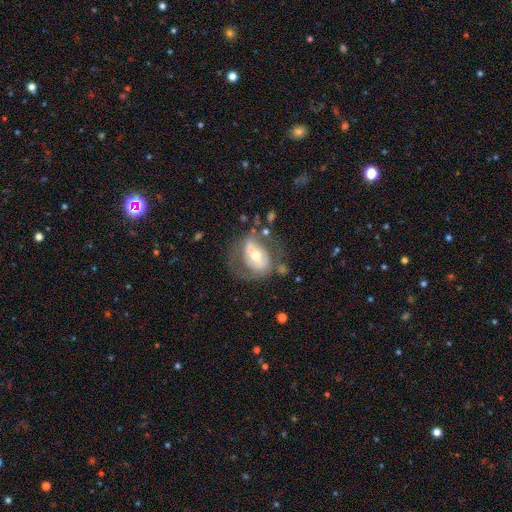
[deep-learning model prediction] Q: Smooth or featured?
A: featured or disk (65%); runner-up: smooth (28%)
Q: Edge-on disk?
A: no (94%); runner-up: yes (6%)
Q: Bar?
A: no (36%); runner-up: strong (34%)
Q: Spiral arms?
A: yes (50%); tied with: no (50%)
Q: Bulge size?
A: moderate (65%); runner-up: small (26%)
Q: Merging?
A: none (52%); runner-up: minor disturbance (21%)